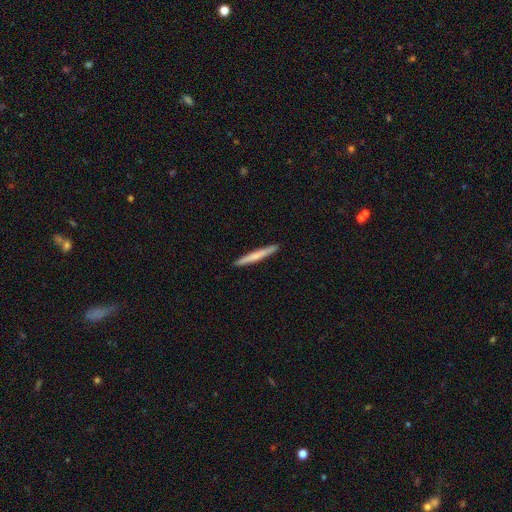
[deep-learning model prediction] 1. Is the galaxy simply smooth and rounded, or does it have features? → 63% smooth, 32% featured or disk, 5% star or artifact.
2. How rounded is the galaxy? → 97% cigar-shaped, 2% in between, 1% round.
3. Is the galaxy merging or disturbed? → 92% none, 6% minor disturbance, 1% major disturbance, 1% merger.